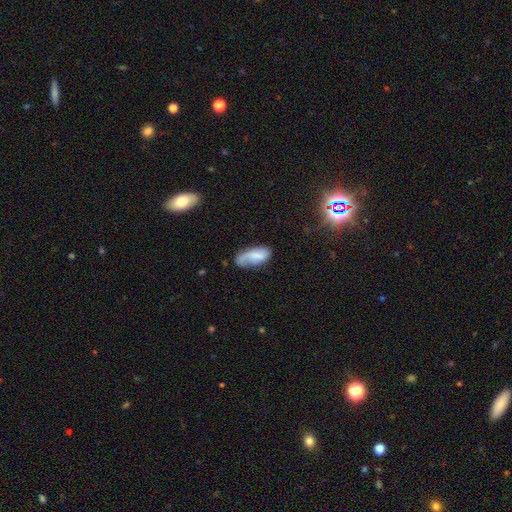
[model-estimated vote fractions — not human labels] smooth 62%, featured or disk 30%, star or artifact 8%. Down the decision tree: how rounded — in between (89%); merging — none (42%).